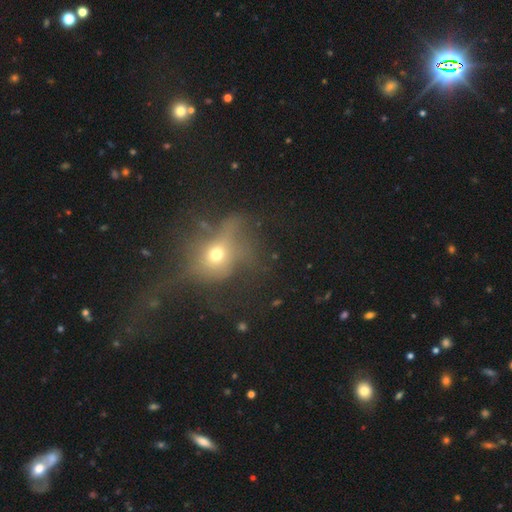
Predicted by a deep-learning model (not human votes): Smooth or featured? smooth (39%)
Merging? major disturbance (44%)